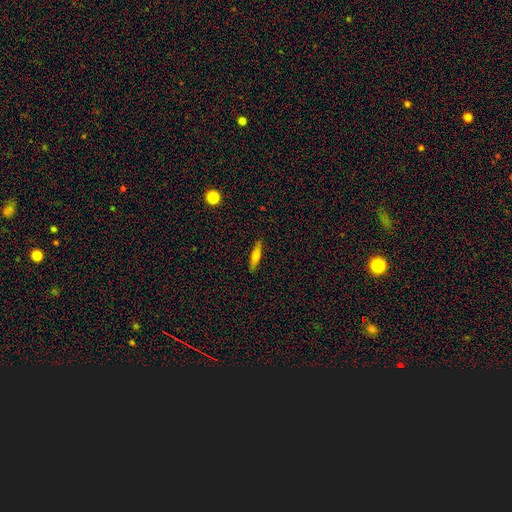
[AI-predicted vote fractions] smooth 63%, featured or disk 31%, star or artifact 7%. Down the decision tree: how rounded — cigar-shaped (83%); merging — none (89%).